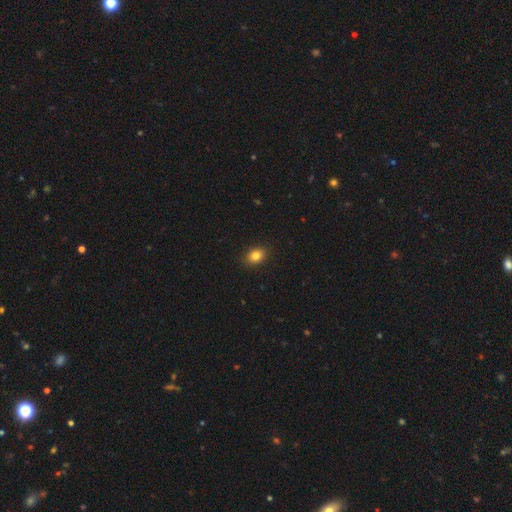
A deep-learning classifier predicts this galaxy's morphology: Smooth or featured? Predicted: smooth (p=0.82). How rounded? Predicted: in between (p=0.64). Merging? Predicted: none (p=0.90).